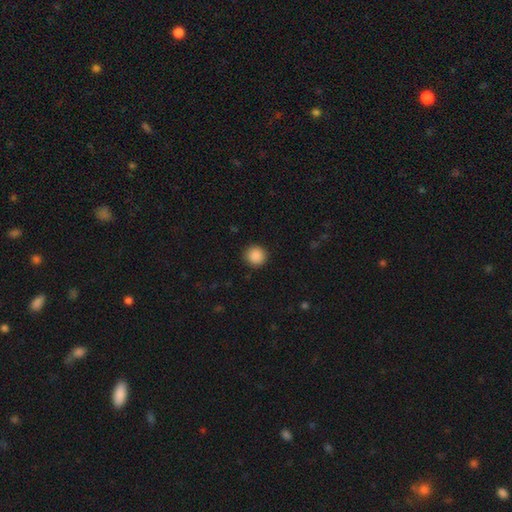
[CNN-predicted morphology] smooth 89%, star or artifact 9%, featured or disk 2%. Down the decision tree: how rounded — round (94%); merging — none (91%).